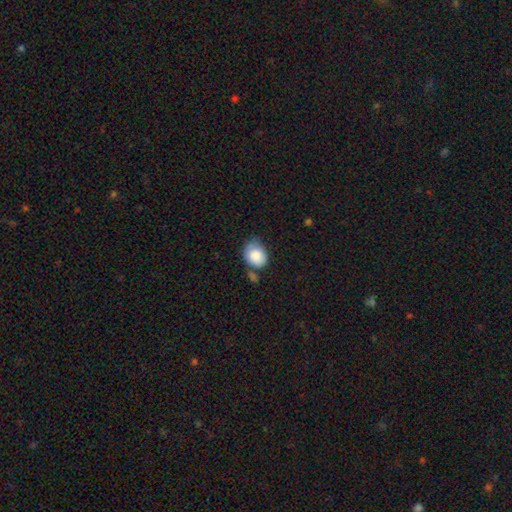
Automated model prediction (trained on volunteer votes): Smooth or featured: smooth — 84% (featured or disk — 10%)
How rounded: in between — 51% (round — 48%)
Merging: none — 51% (minor disturbance — 29%)